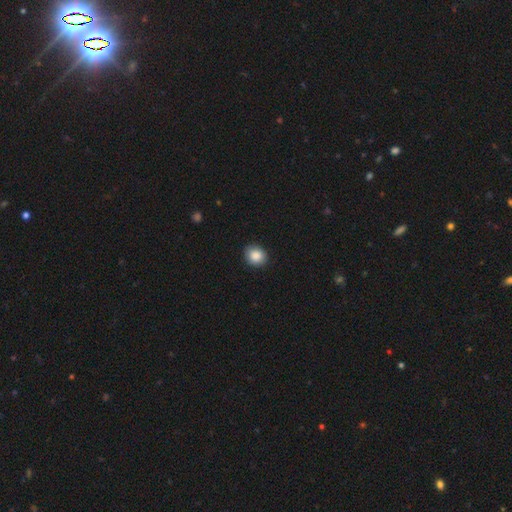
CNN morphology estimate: This appears to be a smooth galaxy with no disk features (88%) that is round (72%). Merging: none (88%).